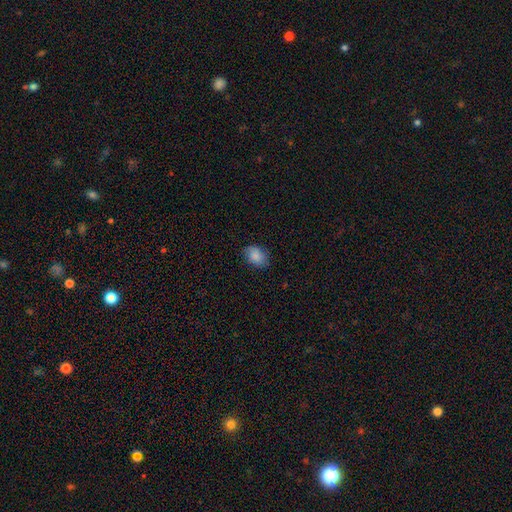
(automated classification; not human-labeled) A smooth galaxy with no disk features (87%) that is in between round and cigar-shaped (75%).

Vote fractions:
- Smooth or featured? smooth: 87% / star or artifact: 7% / featured or disk: 5%
- How rounded? in between: 75% / round: 24% / cigar-shaped: 1%
- Merging? none: 82% / minor disturbance: 14% / major disturbance: 3% / merger: 1%